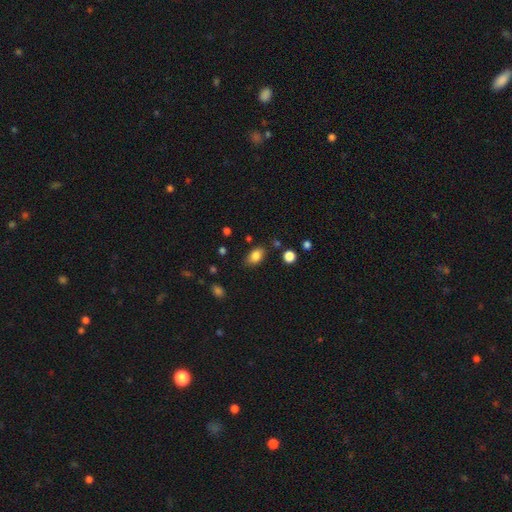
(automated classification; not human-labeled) A smooth galaxy with no disk features (84%) that is in between round and cigar-shaped (84%).

Vote fractions:
- Smooth or featured? smooth: 84% / star or artifact: 9% / featured or disk: 7%
- How rounded? in between: 84% / round: 14% / cigar-shaped: 2%
- Merging? none: 80% / minor disturbance: 14% / major disturbance: 3% / merger: 3%